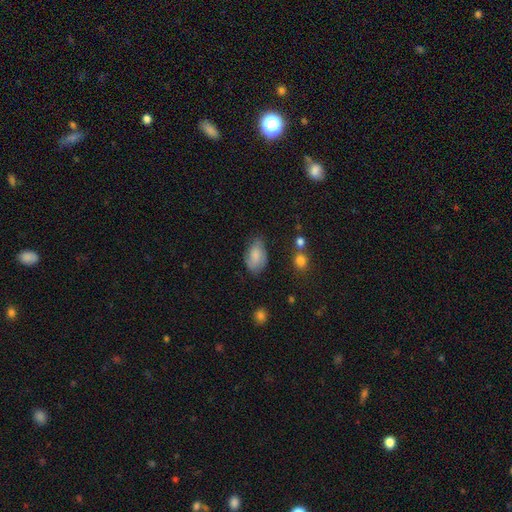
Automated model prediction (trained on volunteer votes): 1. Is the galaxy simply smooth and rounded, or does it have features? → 74% smooth, 18% featured or disk, 8% star or artifact.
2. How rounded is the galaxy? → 91% in between, 7% round, 2% cigar-shaped.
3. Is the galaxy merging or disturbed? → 61% none, 29% minor disturbance, 8% major disturbance, 3% merger.